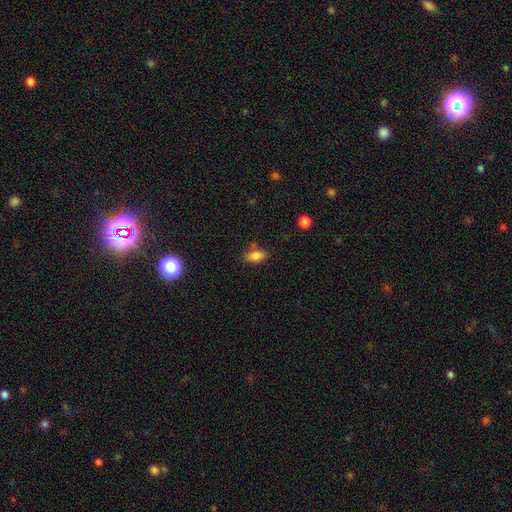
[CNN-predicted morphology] smooth-or-featured: smooth: 82% | star or artifact: 9% | featured or disk: 8%
  how-rounded: in between: 88% | cigar-shaped: 8% | round: 5%
  merging: none: 73% | minor disturbance: 17% | merger: 7% | major disturbance: 4%